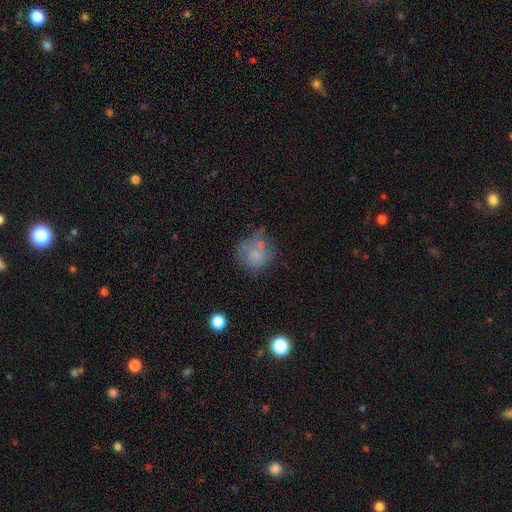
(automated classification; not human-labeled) A smooth galaxy with no disk features (61%) that is round (82%).

Vote fractions:
- Smooth or featured? smooth: 61% / featured or disk: 29% / star or artifact: 10%
- How rounded? round: 82% / in between: 17% / cigar-shaped: 1%
- Merging? none: 47% / minor disturbance: 23% / merger: 15% / major disturbance: 14%